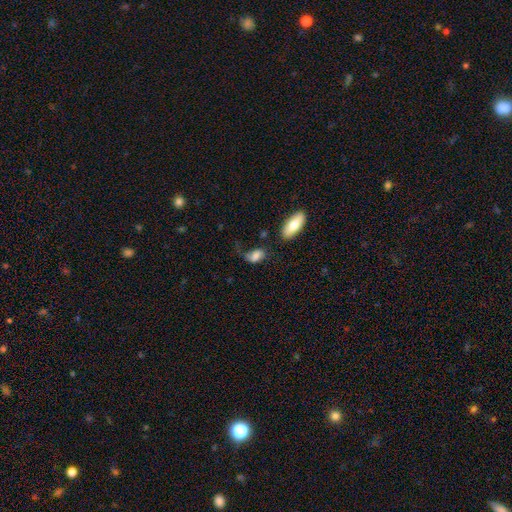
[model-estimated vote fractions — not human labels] smooth-or-featured: smooth: 69% | featured or disk: 22% | star or artifact: 9%
  how-rounded: in between: 86% | round: 10% | cigar-shaped: 4%
  merging: none: 36% | major disturbance: 28% | minor disturbance: 26% | merger: 10%